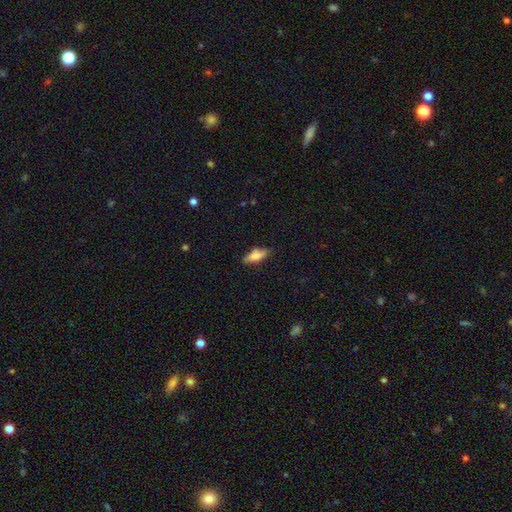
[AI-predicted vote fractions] A smooth galaxy with no disk features (73%) that is in between round and cigar-shaped (61%). Merging: none (73%).